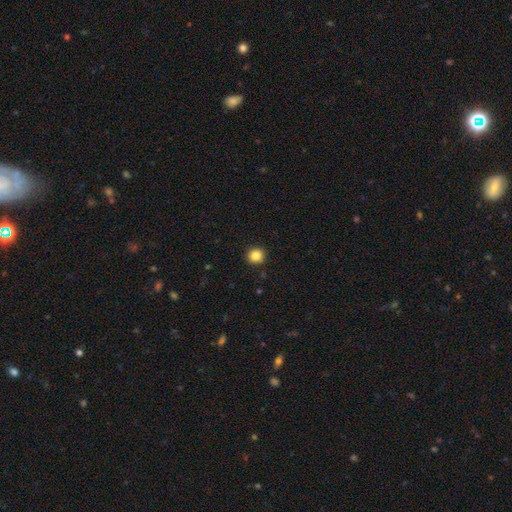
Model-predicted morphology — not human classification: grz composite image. It shows a smooth galaxy with no disk features (86%) that is round (89%). Merging: none (92%).